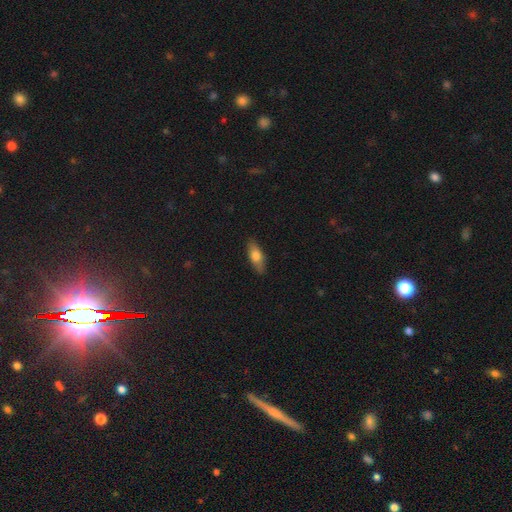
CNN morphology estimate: type=smooth (71%); roundness=in between (71%); merging=none (85%).